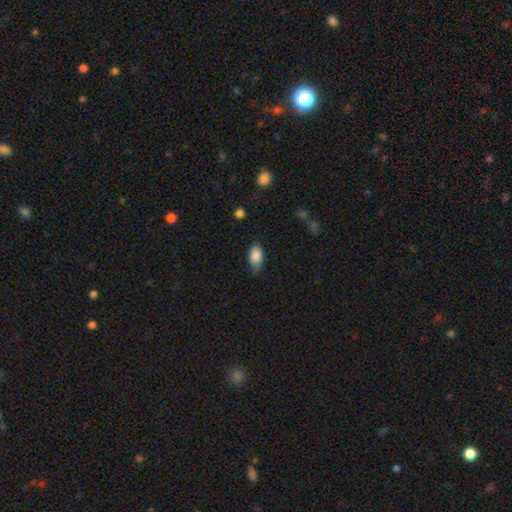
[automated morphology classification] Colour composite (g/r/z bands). It shows a smooth galaxy with no disk features (85%) that is in between round and cigar-shaped (91%). Merging: none (63%).